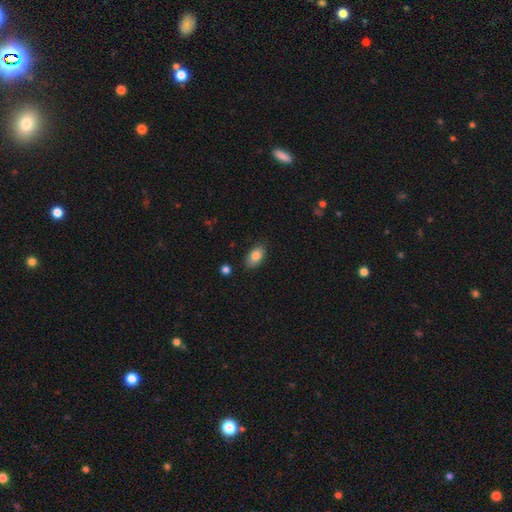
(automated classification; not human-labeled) Smooth or featured?
  - smooth: 84% *
  - featured or disk: 9%
  - star or artifact: 7%
How rounded?
  - in between: 91% *
  - round: 6%
  - cigar-shaped: 2%
Merging?
  - none: 84% *
  - minor disturbance: 12%
  - major disturbance: 2%
  - merger: 2%